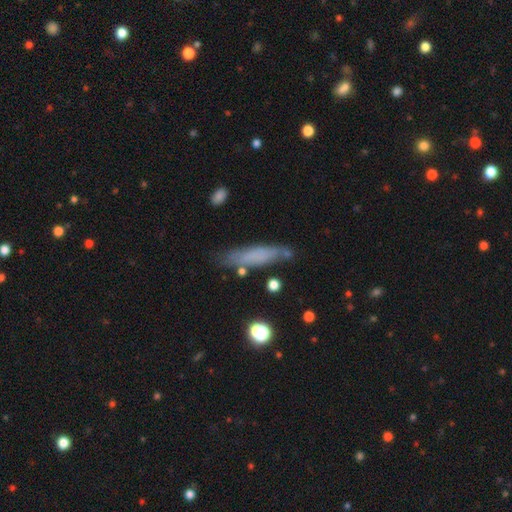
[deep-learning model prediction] smooth 66%, featured or disk 24%, star or artifact 10%. Down the decision tree: how rounded — cigar-shaped (78%); merging — none (72%).